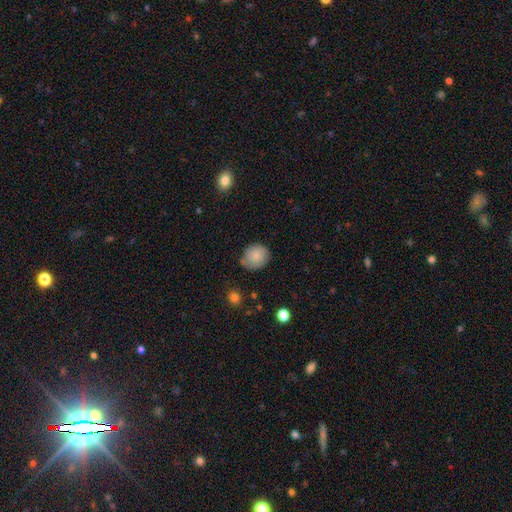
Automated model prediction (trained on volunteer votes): Q: Smooth or featured?
A: smooth (81%); runner-up: featured or disk (11%)
Q: How rounded?
A: round (75%); runner-up: in between (24%)
Q: Merging?
A: none (69%); runner-up: minor disturbance (23%)